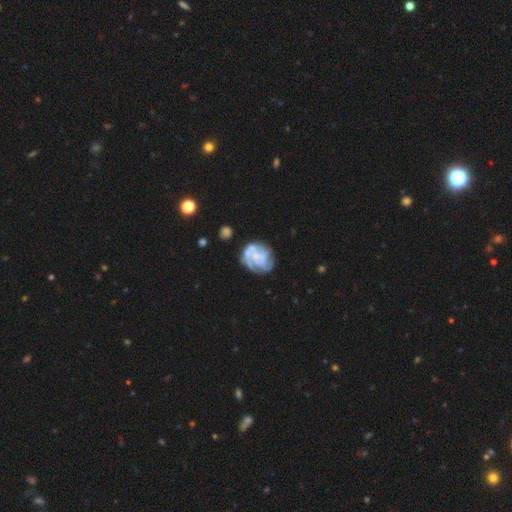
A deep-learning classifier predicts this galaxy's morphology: Smooth or featured? featured or disk (76%)
Edge-on disk? no (98%)
Bar? no (72%)
Spiral arms? yes (86%)
Spiral winding? tight (54%)
Spiral arm count? can't tell (30%, tied with 3)
Bulge size? small (43%)
Merging? none (60%)